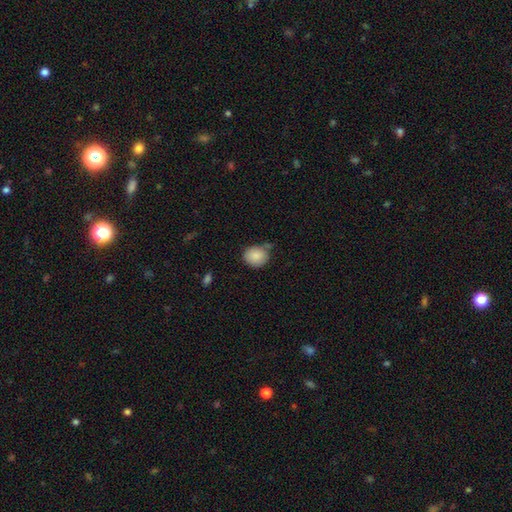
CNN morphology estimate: A smooth galaxy with no disk features (87%) that is round (74%). Merging: none (61%).